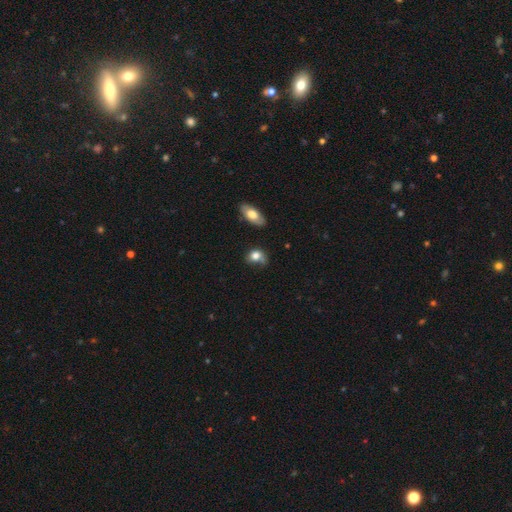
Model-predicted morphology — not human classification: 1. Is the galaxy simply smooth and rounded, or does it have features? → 77% smooth, 14% featured or disk, 9% star or artifact.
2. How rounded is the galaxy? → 51% in between, 47% round, 2% cigar-shaped.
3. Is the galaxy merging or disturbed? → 45% none, 31% minor disturbance, 15% major disturbance, 9% merger.